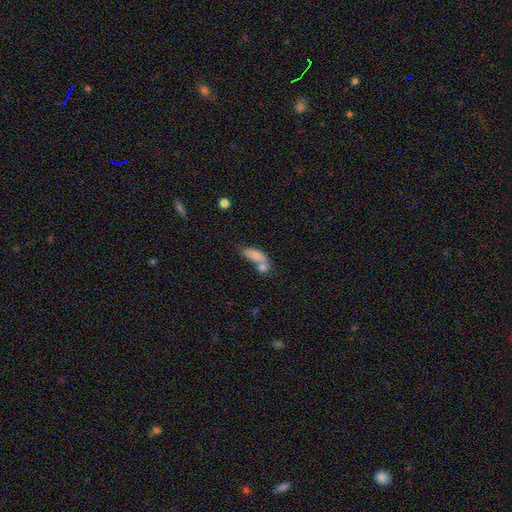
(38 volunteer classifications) Smooth or featured? smooth (79%)
How rounded? in between (83%)
Merging? merger (43%)